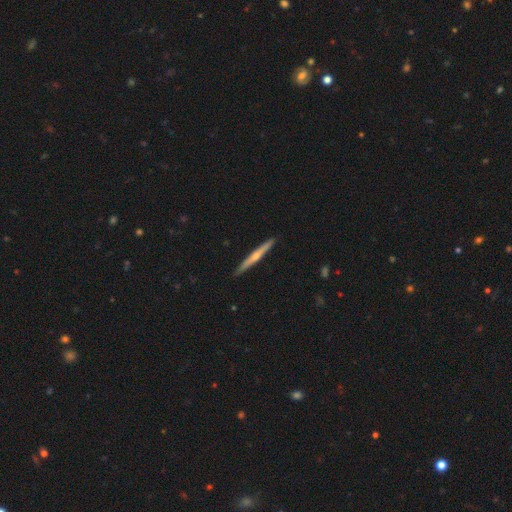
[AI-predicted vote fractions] Smooth or featured?
  - featured or disk: 60% *
  - smooth: 35%
  - star or artifact: 5%
Edge-on disk?
  - yes: 97% *
  - no: 3%
Edge-on bulge?
  - rounded: 67% *
  - none: 29%
  - boxy: 4%
Merging?
  - none: 91% *
  - minor disturbance: 7%
  - major disturbance: 1%
  - merger: 1%